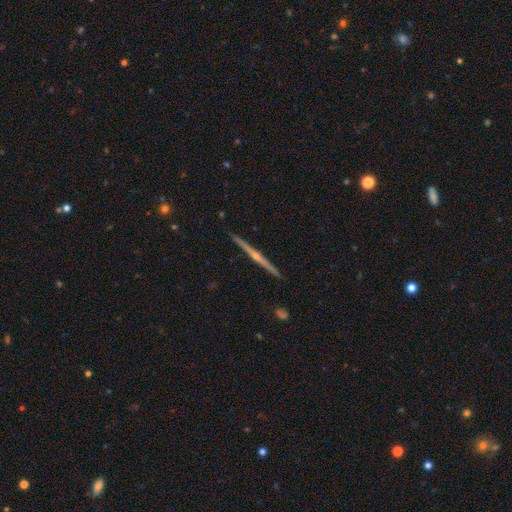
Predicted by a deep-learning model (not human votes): featured or disk 82%, smooth 13%, star or artifact 5%. Down the decision tree: edge-on disk — yes (99%); edge-on bulge — rounded (78%); merging — none (93%).